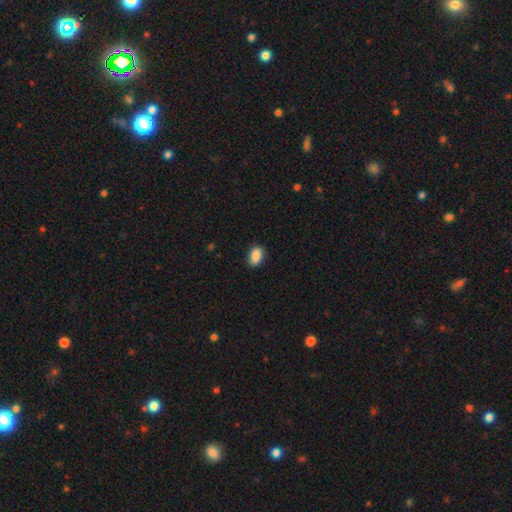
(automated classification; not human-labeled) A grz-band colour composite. It shows a smooth galaxy with no disk features (88%) that is in between round and cigar-shaped (85%). Merging: none (86%).